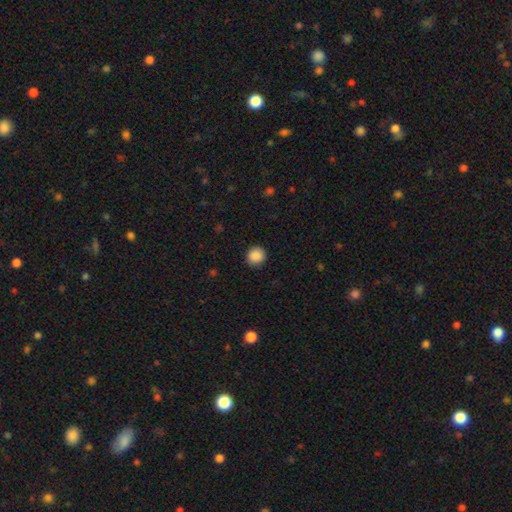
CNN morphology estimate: Smooth or featured: smooth — 88% (star or artifact — 9%)
How rounded: round — 91% (in between — 8%)
Merging: none — 89% (minor disturbance — 8%)